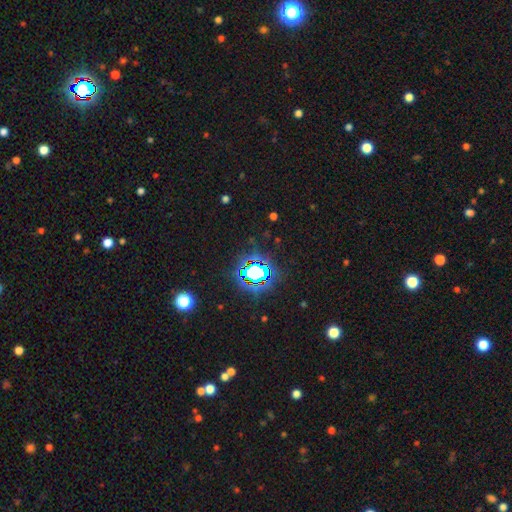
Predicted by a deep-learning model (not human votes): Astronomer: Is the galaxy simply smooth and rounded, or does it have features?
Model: star or artifact — 78%.